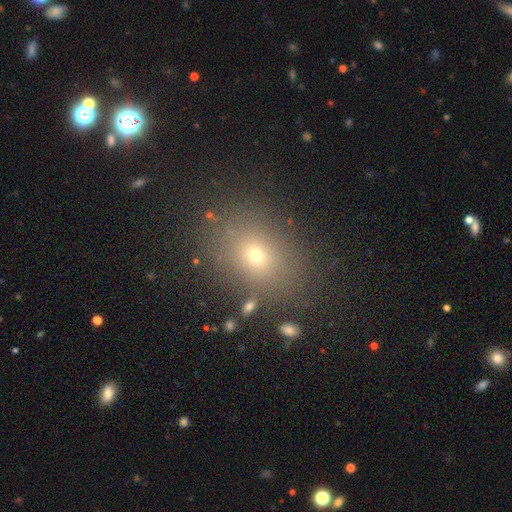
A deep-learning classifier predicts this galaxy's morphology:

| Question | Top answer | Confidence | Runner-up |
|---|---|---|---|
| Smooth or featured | smooth | 64% | star or artifact (23%) |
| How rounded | in between | 53% | round (45%) |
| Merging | none | 82% | minor disturbance (10%) |